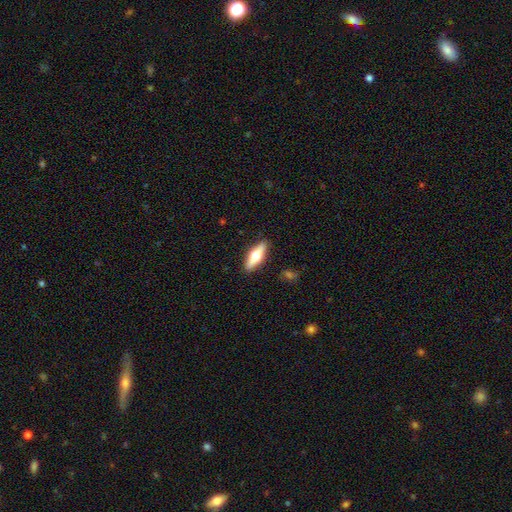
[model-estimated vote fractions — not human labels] smooth-or-featured: smooth: 50% | featured or disk: 44% | star or artifact: 6%
  how-rounded: in between: 50% | cigar-shaped: 47% | round: 3%
  merging: none: 89% | minor disturbance: 8% | major disturbance: 2% | merger: 1%